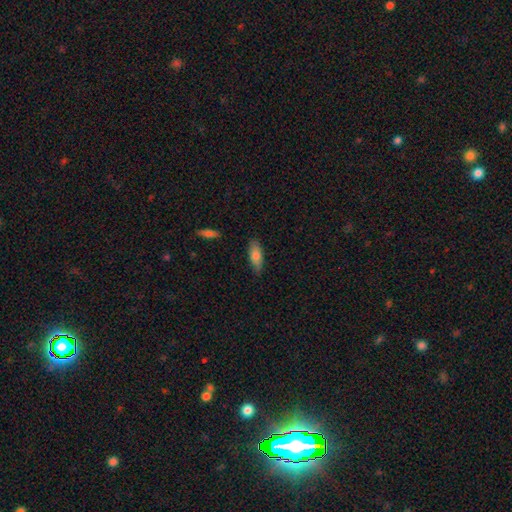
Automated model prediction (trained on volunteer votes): smooth 76%, featured or disk 17%, star or artifact 7%. Down the decision tree: how rounded — in between (70%); merging — none (80%).